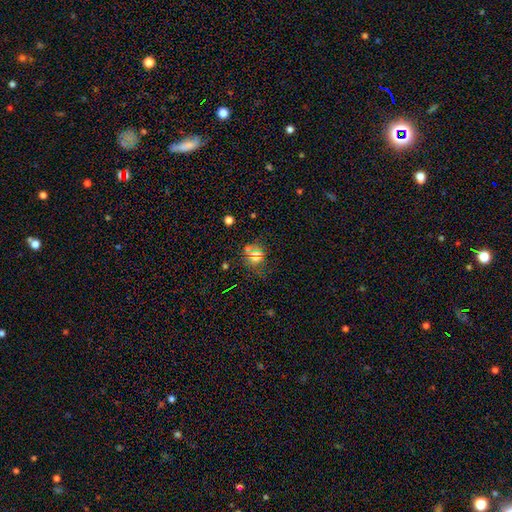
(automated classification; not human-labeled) The model was most divided on "smooth or featured": smooth: 61%, star or artifact: 23%, featured or disk: 15%. More confident: how rounded — round (73%); merging — none (59%).